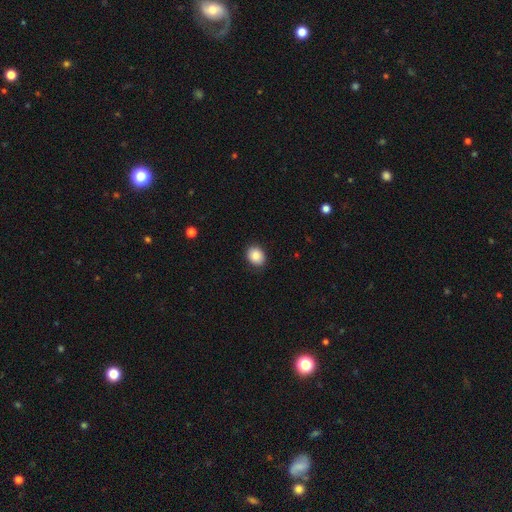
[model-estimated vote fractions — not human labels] smooth 86%, star or artifact 9%, featured or disk 6%. Down the decision tree: how rounded — round (52%); merging — none (88%).